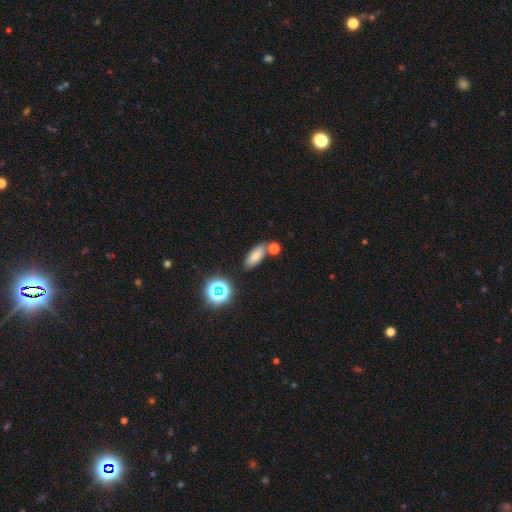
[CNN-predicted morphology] Overall: smooth (74%). How rounded: in between (77%). Merging: none (73%).